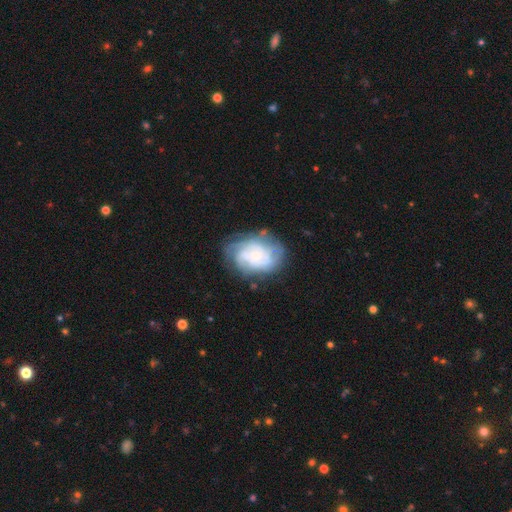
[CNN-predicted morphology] Overall: featured or disk (72%). Edge-on disk: no (97%). Bar: no (77%). Spiral arms: yes (84%). Spiral arm count: can't tell (49%; 3 15%). Spiral winding: tight (63%; medium 28%). Bulge size: small (70%). Merging: none (64%).